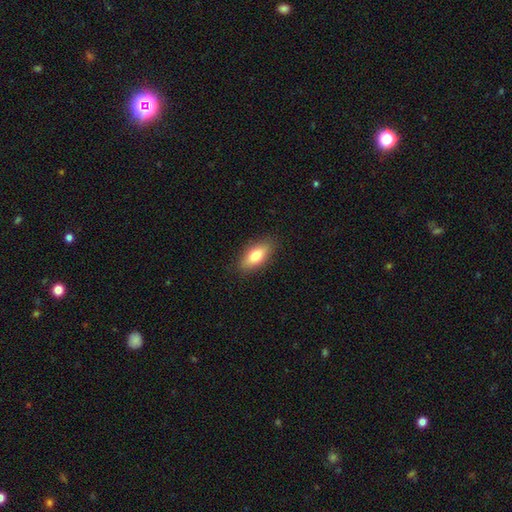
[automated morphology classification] This appears to be a smooth galaxy with no disk features (78%) that is in between round and cigar-shaped (84%). Merging: none (87%).